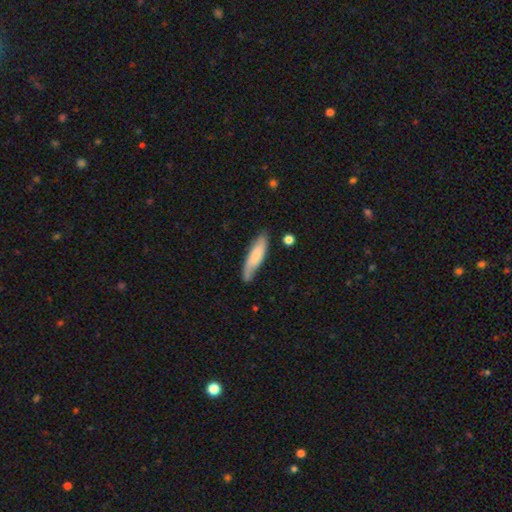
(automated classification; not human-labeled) A smooth galaxy with no disk features (70%) that is cigar-shaped (68%).

Vote fractions:
- Smooth or featured? smooth: 70% / featured or disk: 25% / star or artifact: 6%
- How rounded? cigar-shaped: 68% / in between: 31% / round: 1%
- Merging? none: 72% / minor disturbance: 20% / major disturbance: 4% / merger: 3%